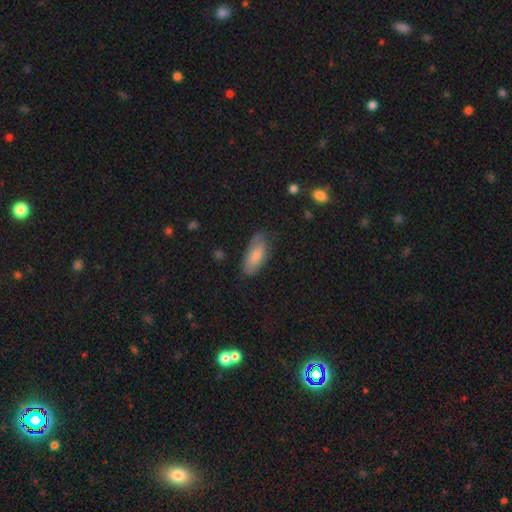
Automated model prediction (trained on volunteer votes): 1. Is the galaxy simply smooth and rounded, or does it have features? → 77% smooth, 17% featured or disk, 6% star or artifact.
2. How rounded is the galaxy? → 82% in between, 16% cigar-shaped, 2% round.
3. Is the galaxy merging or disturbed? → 69% none, 24% minor disturbance, 6% major disturbance, 2% merger.